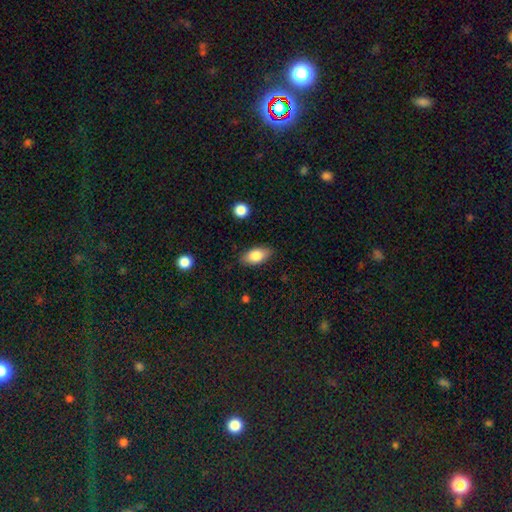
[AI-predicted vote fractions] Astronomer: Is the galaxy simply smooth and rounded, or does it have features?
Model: smooth — 80%.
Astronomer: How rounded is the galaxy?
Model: in between — 89%.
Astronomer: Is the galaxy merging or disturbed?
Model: none — 84%.